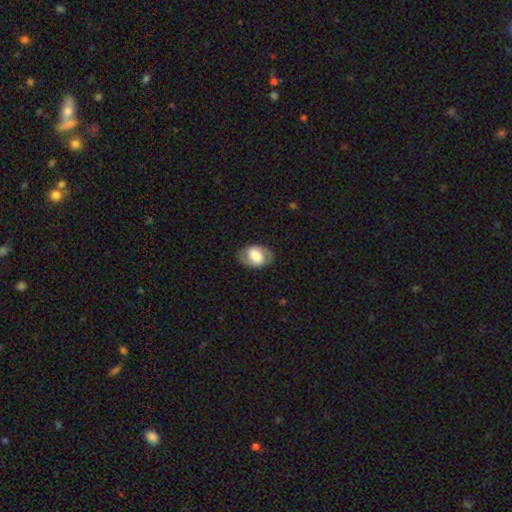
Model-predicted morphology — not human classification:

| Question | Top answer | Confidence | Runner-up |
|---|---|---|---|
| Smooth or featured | smooth | 47% | featured or disk (46%) |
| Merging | none | 83% | minor disturbance (12%) |